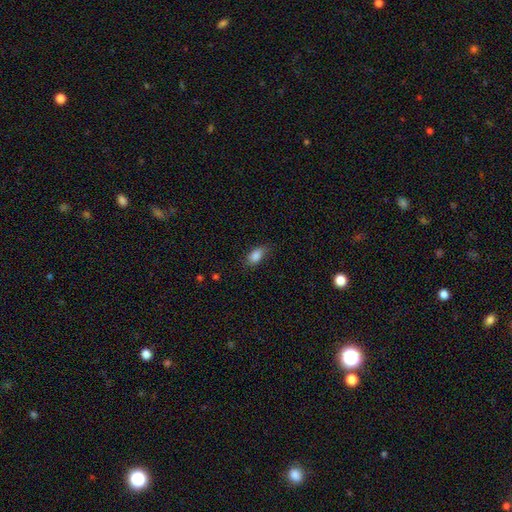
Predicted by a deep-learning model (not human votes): A smooth galaxy with no disk features (85%) that is in between round and cigar-shaped (89%).

Vote fractions:
- Smooth or featured? smooth: 85% / star or artifact: 8% / featured or disk: 7%
- How rounded? in between: 89% / round: 6% / cigar-shaped: 5%
- Merging? none: 71% / minor disturbance: 22% / major disturbance: 5% / merger: 1%